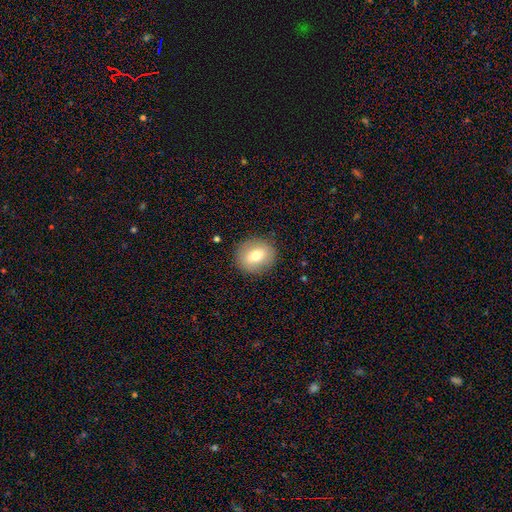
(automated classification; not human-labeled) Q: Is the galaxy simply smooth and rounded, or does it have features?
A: smooth — 71%.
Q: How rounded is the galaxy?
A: round — 69%.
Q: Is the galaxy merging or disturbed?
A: none — 87%.